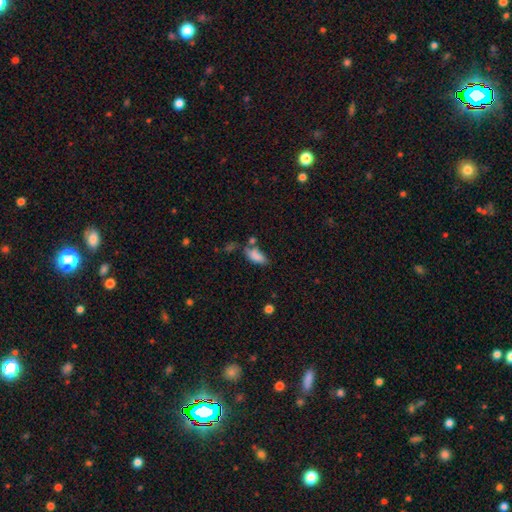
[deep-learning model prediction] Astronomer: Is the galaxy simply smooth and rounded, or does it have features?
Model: smooth — 83%.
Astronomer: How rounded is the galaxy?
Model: in between — 85%.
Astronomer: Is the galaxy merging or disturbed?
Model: none — 45% (runner-up: minor disturbance, 22%).